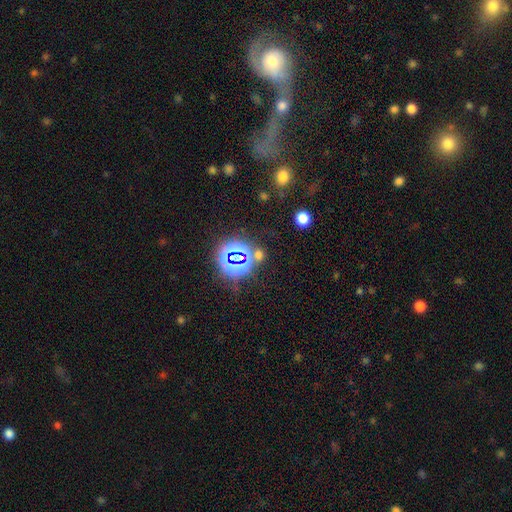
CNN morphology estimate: This appears to be a star or artifact, not a galaxy (75%).